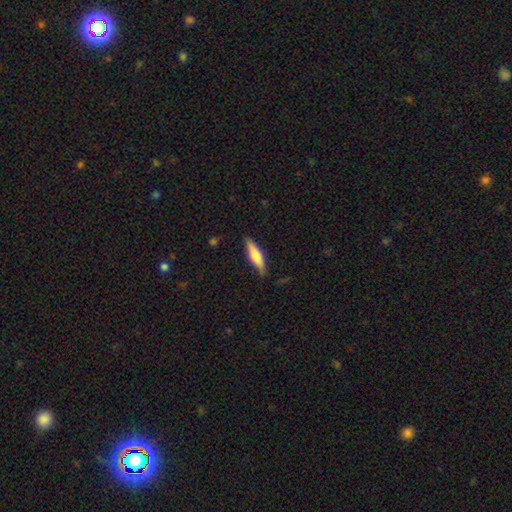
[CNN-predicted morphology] This appears to be a smooth galaxy with no disk features (55%) that is cigar-shaped (71%). Merging: none (85%).